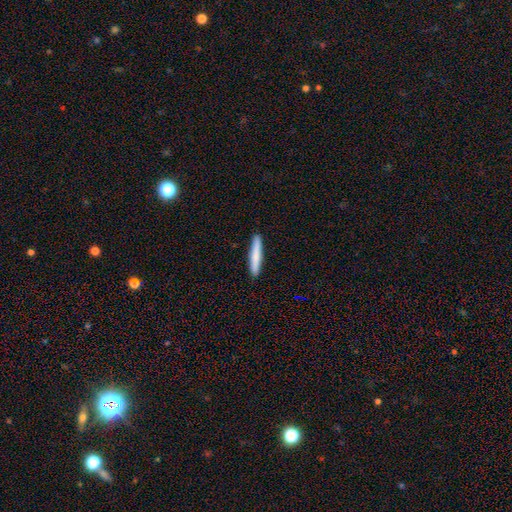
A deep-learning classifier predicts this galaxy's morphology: type=smooth (77%); roundness=cigar-shaped (94%); merging=none (92%).